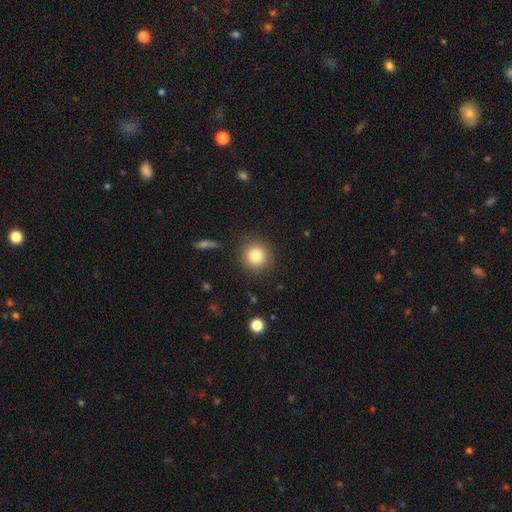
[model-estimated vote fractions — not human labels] smooth 82%, star or artifact 11%, featured or disk 8%. Down the decision tree: how rounded — round (92%); merging — none (89%).